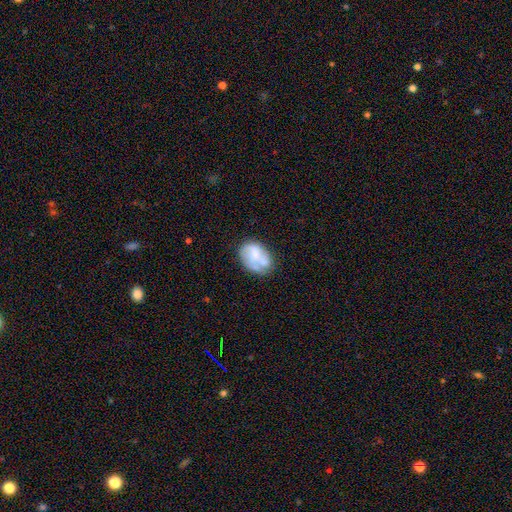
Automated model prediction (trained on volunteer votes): Q: Smooth or featured?
A: smooth (53%); runner-up: featured or disk (39%)
Q: How rounded?
A: in between (72%); runner-up: round (26%)
Q: Merging?
A: none (41%); runner-up: minor disturbance (27%)